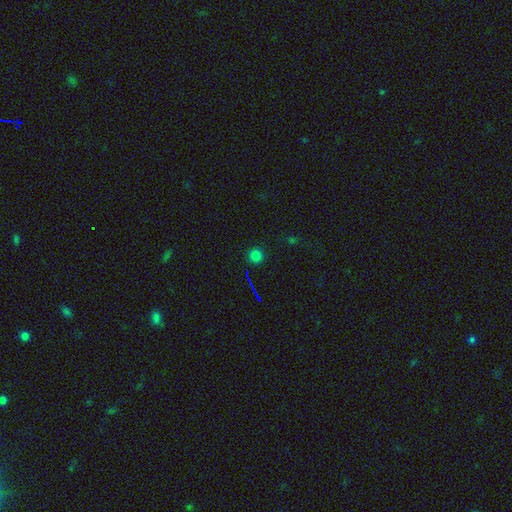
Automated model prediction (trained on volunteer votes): The model was most divided on "smooth or featured": smooth: 76%, star or artifact: 20%, featured or disk: 5%. More confident: how rounded — round (94%); merging — none (91%).